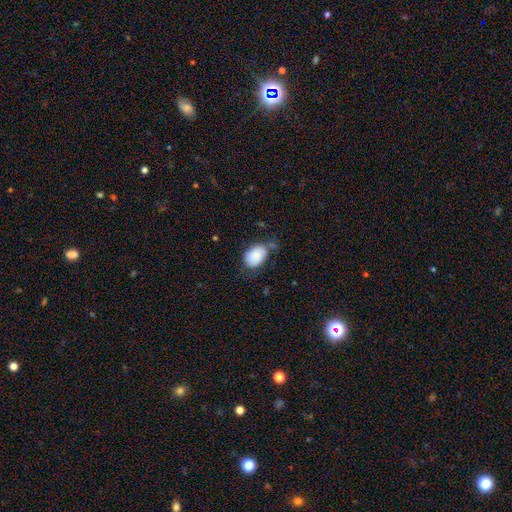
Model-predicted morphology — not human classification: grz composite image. It shows a smooth galaxy with no disk features (84%) that is in between round and cigar-shaped (84%). Merging: none (46%).